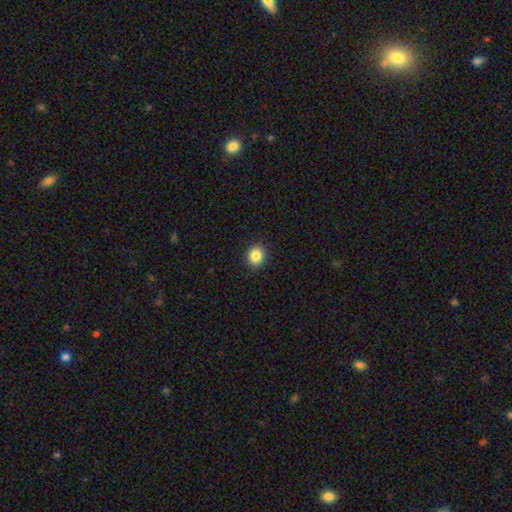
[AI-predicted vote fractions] Smooth or featured? smooth (85%)
How rounded? round (65%)
Merging? none (91%)